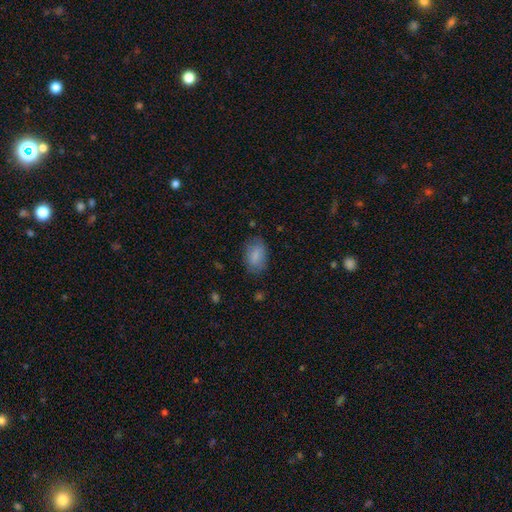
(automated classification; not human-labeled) The model was most divided on "merging": none: 75%, minor disturbance: 19%, major disturbance: 5%, merger: 1%. More confident: how rounded — in between (88%); smooth or featured — smooth (84%).